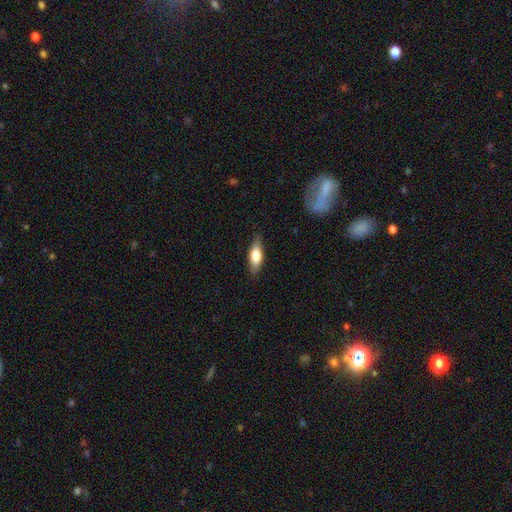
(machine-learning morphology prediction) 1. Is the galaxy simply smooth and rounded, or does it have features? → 67% smooth, 27% featured or disk, 6% star or artifact.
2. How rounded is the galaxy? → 63% in between, 34% cigar-shaped, 3% round.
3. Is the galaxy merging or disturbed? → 84% none, 12% minor disturbance, 3% major disturbance, 1% merger.